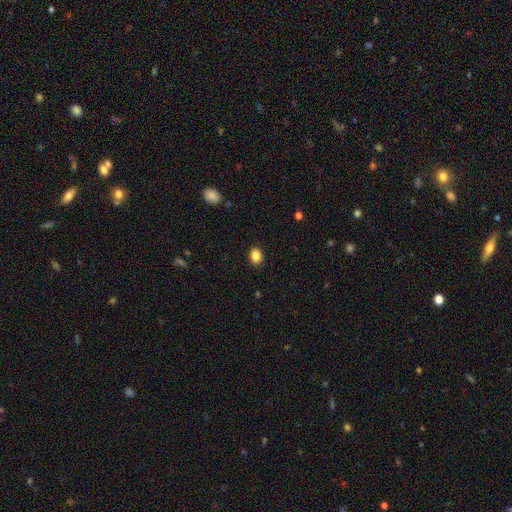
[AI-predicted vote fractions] Smooth or featured? Predicted: smooth (p=0.86). How rounded? Predicted: in between (p=0.60). Merging? Predicted: none (p=0.90).